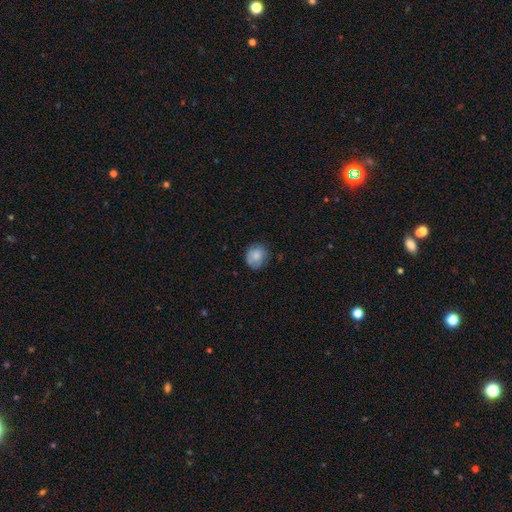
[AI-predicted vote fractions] smooth 80%, featured or disk 12%, star or artifact 8%. Down the decision tree: how rounded — round (77%); merging — none (74%).